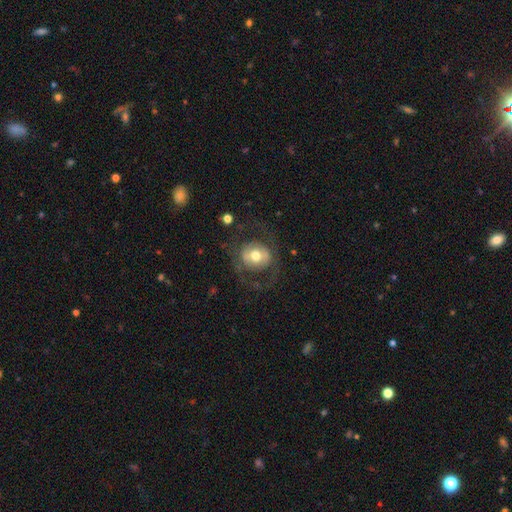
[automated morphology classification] A featured or disk galaxy (50%).

Vote fractions:
- Smooth or featured? featured or disk: 50% / smooth: 42% / star or artifact: 7%
- Edge-on disk? no: 95% / yes: 5%
- Merging? none: 65% / major disturbance: 20% / minor disturbance: 14% / merger: 2%